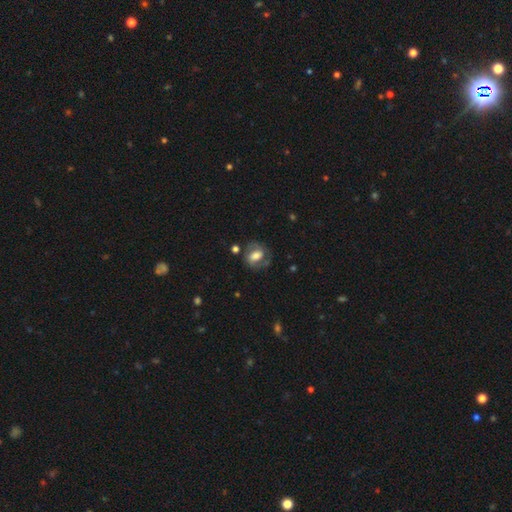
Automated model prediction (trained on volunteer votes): Overall: featured or disk (52%; smooth 41%). Edge-on disk: no (95%). Merging: none (65%).